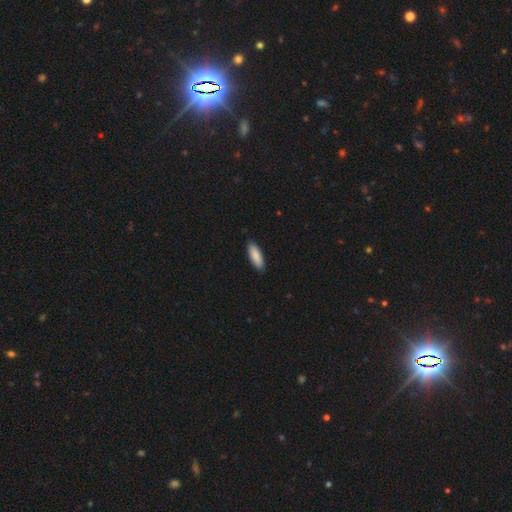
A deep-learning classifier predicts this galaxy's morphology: The model was most divided on "how rounded": in between: 59%, cigar-shaped: 39%, round: 1%. More confident: merging — none (89%); smooth or featured — smooth (89%).